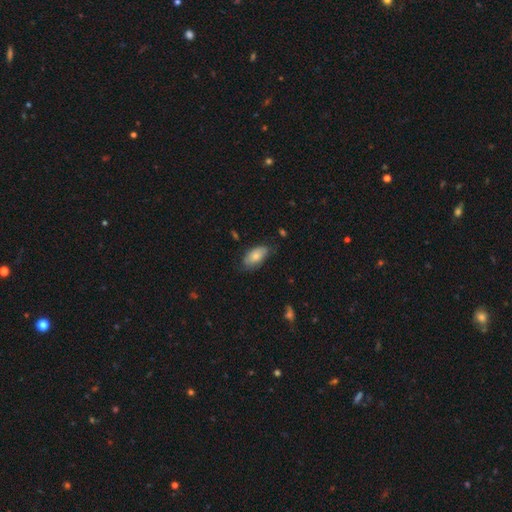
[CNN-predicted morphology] A smooth galaxy with no disk features (75%) that is in between round and cigar-shaped (93%).

Vote fractions:
- Smooth or featured? smooth: 75% / featured or disk: 18% / star or artifact: 6%
- How rounded? in between: 93% / cigar-shaped: 4% / round: 3%
- Merging? none: 67% / minor disturbance: 26% / major disturbance: 5% / merger: 1%